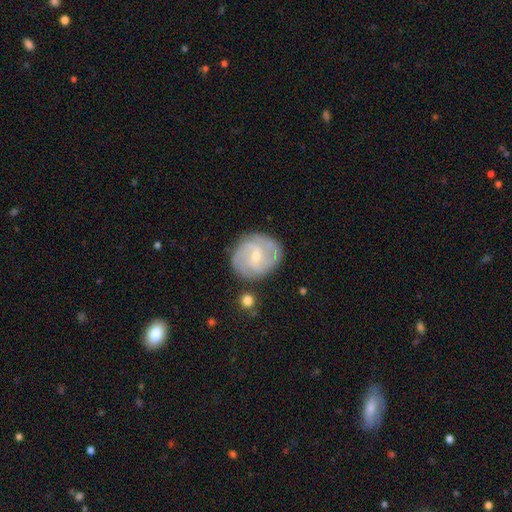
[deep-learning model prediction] Smooth or featured? featured or disk (82%)
Edge-on disk? no (98%)
Bar? weak (55%)
Spiral arms? yes (95%)
Spiral winding? tight (58%)
Spiral arm count? 3 (29%, tied with 2)
Bulge size? small (61%)
Merging? none (80%)